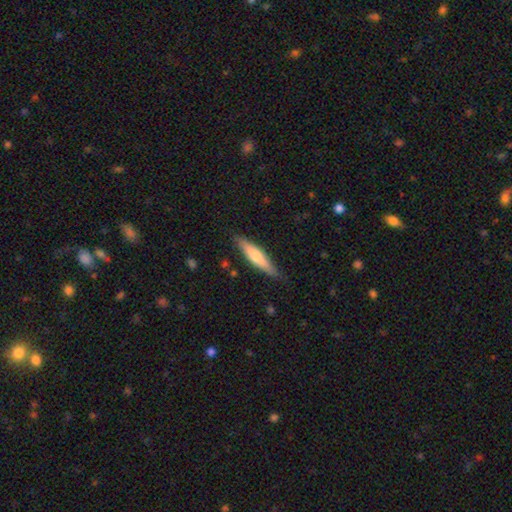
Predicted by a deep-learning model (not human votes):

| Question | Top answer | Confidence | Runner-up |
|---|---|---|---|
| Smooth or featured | smooth | 56% | featured or disk (39%) |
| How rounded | cigar-shaped | 79% | in between (19%) |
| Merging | none | 85% | minor disturbance (12%) |